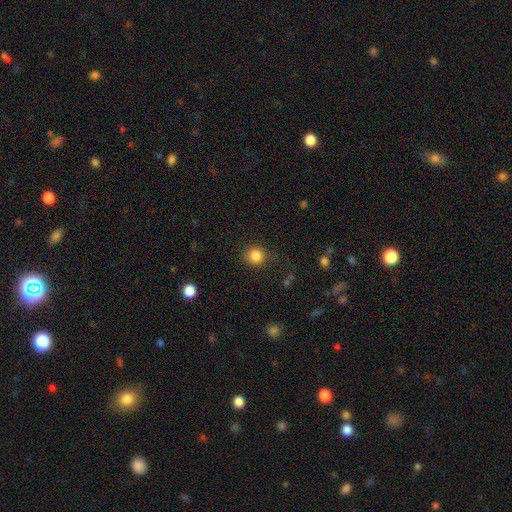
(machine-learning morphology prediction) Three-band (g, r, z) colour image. It shows a smooth galaxy with no disk features (84%) that is round (88%). Merging: none (83%).